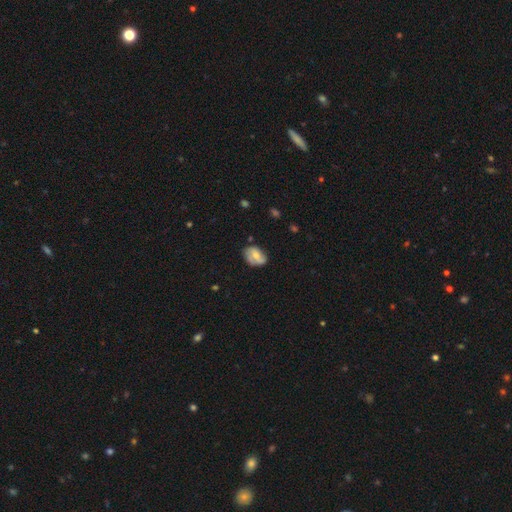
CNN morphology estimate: smooth 47%, featured or disk 45%, star or artifact 8%. Down the decision tree: merging — none (58%).